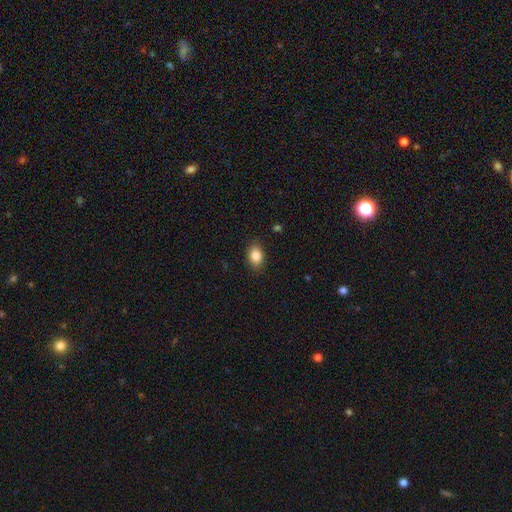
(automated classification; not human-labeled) Smooth or featured? smooth (85%)
How rounded? in between (77%)
Merging? none (86%)